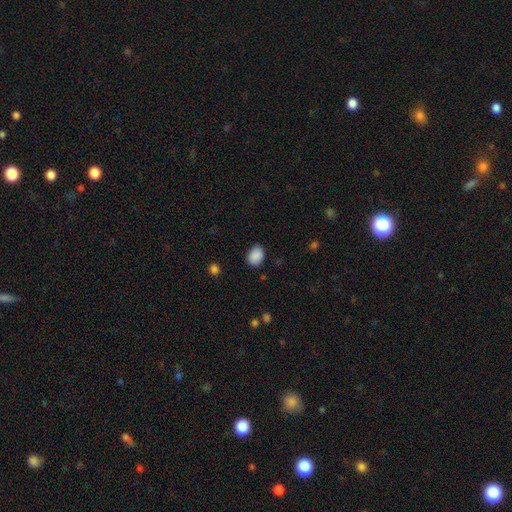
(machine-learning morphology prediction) Smooth or featured?
  - smooth: 89% *
  - star or artifact: 8%
  - featured or disk: 3%
How rounded?
  - in between: 62% *
  - round: 37%
  - cigar-shaped: 1%
Merging?
  - none: 85% *
  - minor disturbance: 11%
  - major disturbance: 3%
  - merger: 1%